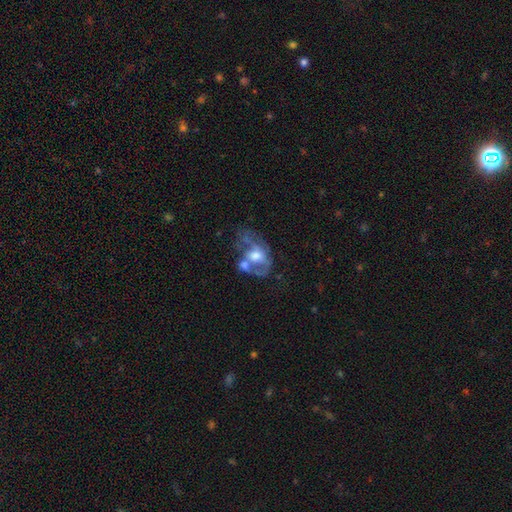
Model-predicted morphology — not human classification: A featured or disk galaxy (65%) with no bar (69%), no spiral arms (50%, tied with yes) and a moderate central bulge (56%).

Vote fractions:
- Smooth or featured? featured or disk: 65% / smooth: 27% / star or artifact: 8%
- Edge-on disk? no: 96% / yes: 4%
- Bar? no: 69% / weak: 25% / strong: 7%
- Spiral arms? no: 50% (tied) / yes: 50% (tied)
- Bulge size? moderate: 56% / large: 26% / small: 11% / none: 5% / dominant: 2%
- Merging? merger: 35% / major disturbance: 26% / none: 24% / minor disturbance: 16%